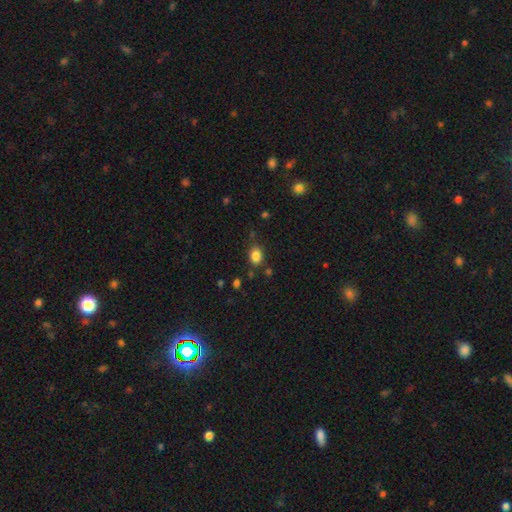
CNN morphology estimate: This is clearly a smooth galaxy (85%). How rounded: likely in between (73%). Merging: likely none (78%).